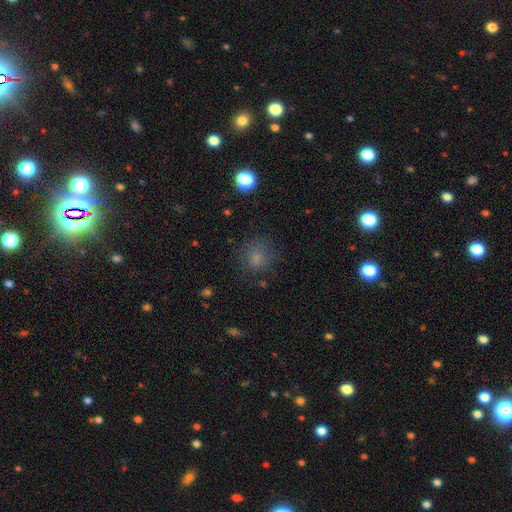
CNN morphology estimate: Smooth or featured? Predicted: smooth (p=0.71). How rounded? Predicted: round (p=0.82). Merging? Predicted: none (p=0.75).